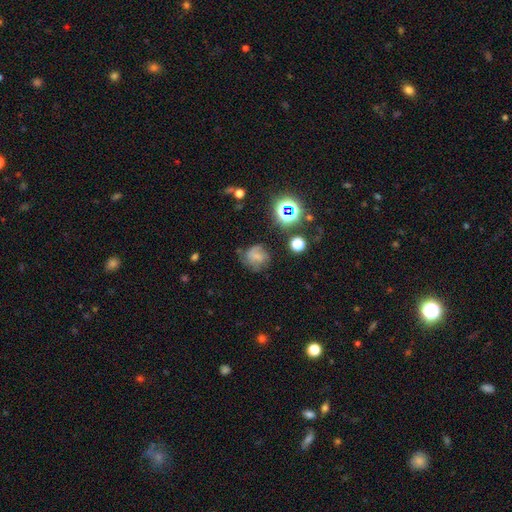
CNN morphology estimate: Smooth or featured? smooth (46%)
Merging? none (56%)